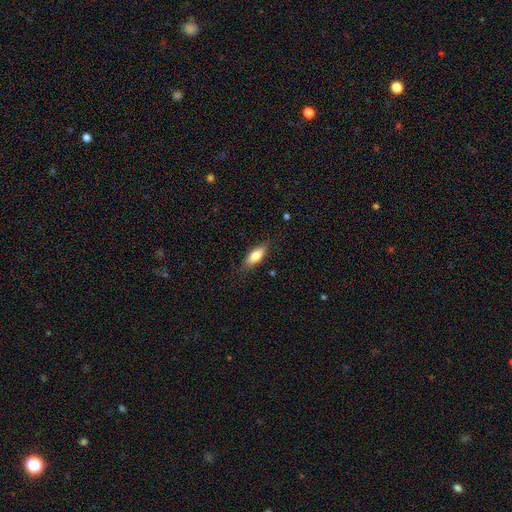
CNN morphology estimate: Q: Smooth or featured?
A: smooth (73%); runner-up: featured or disk (20%)
Q: How rounded?
A: in between (72%); runner-up: cigar-shaped (25%)
Q: Merging?
A: none (79%); runner-up: minor disturbance (16%)